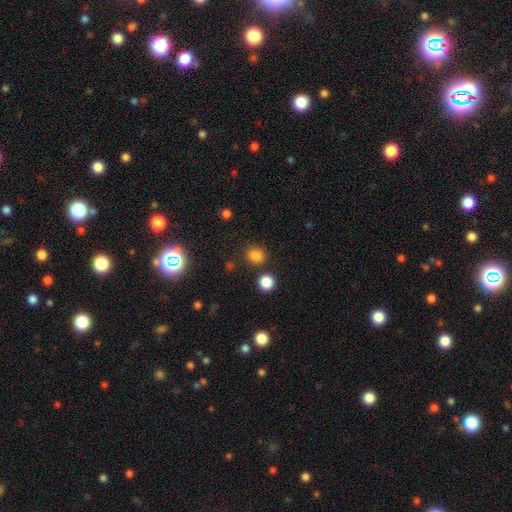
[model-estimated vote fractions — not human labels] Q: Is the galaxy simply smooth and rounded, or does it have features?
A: smooth — 80%.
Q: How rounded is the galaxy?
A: round — 83%.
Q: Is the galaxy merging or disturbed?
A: none — 84%.